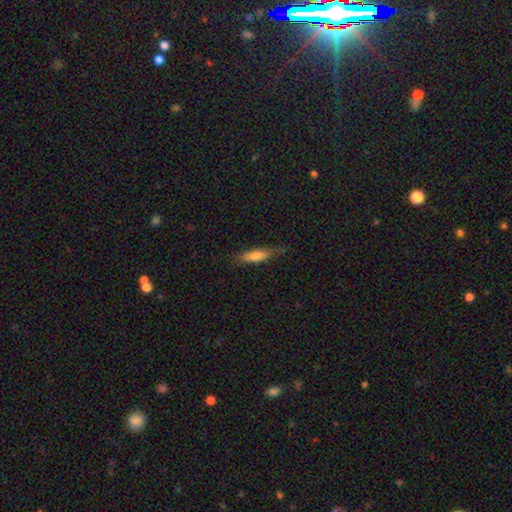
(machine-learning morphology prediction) Smooth or featured? smooth (69%)
How rounded? cigar-shaped (66%)
Merging? none (72%)